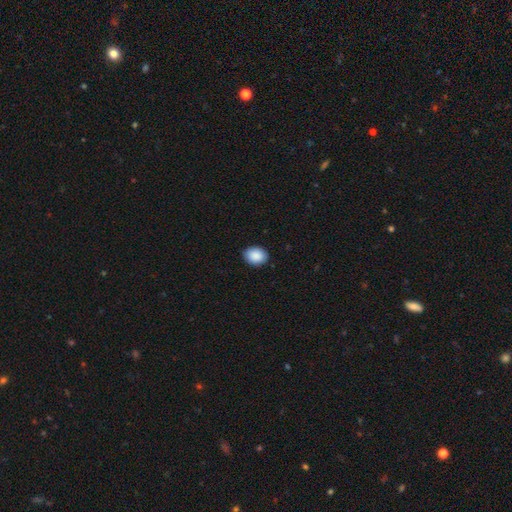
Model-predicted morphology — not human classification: Smooth or featured? Predicted: smooth (p=0.90). How rounded? Predicted: in between (p=0.66). Merging? Predicted: none (p=0.88).